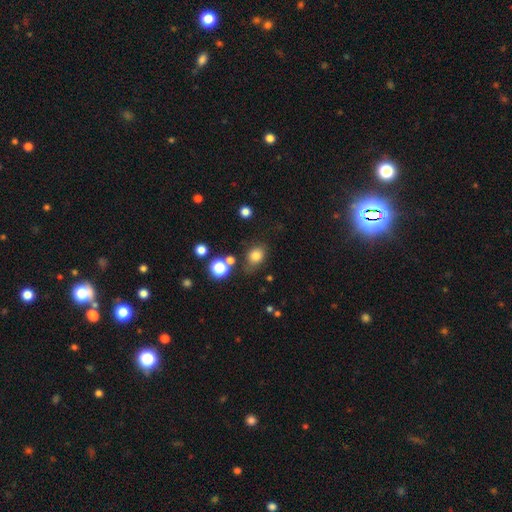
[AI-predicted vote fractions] A smooth galaxy with no disk features (79%) that is round (51%).

Vote fractions:
- Smooth or featured? smooth: 79% / star or artifact: 14% / featured or disk: 7%
- How rounded? round: 51% / in between: 48% / cigar-shaped: 1%
- Merging? none: 68% / minor disturbance: 19% / major disturbance: 6% / merger: 6%